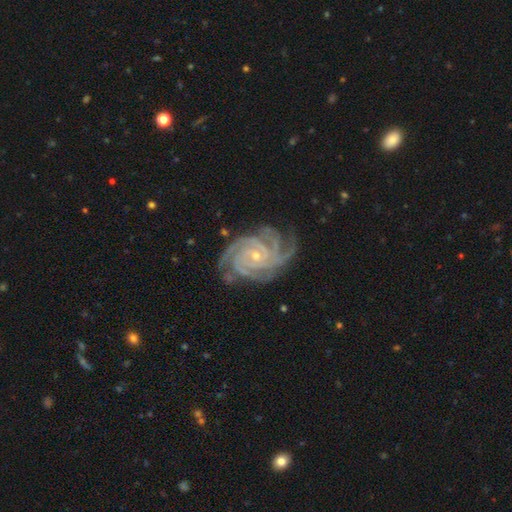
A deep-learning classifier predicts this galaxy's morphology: A featured or disk galaxy (92%) with no bar (63%), 4 (43%) tight (79%) spiral arms (99%) and a small central bulge (76%).

Vote fractions:
- Smooth or featured? featured or disk: 92% / star or artifact: 5% / smooth: 3%
- Edge-on disk? no: 98% / yes: 2%
- Bar? no: 63% / weak: 25% / strong: 12%
- Spiral arms? yes: 99% / no: 1%
- Spiral winding? tight: 79% / medium: 19% / loose: 2%
- Spiral arm count? 4: 43% / more than 4: 17% / 3: 16% / can't tell: 9% / 2: 8% / 1: 7%
- Bulge size? small: 76% / moderate: 21% / none: 1% / large: 1% / dominant: 1%
- Merging? none: 78% / minor disturbance: 15% / major disturbance: 5% / merger: 1%